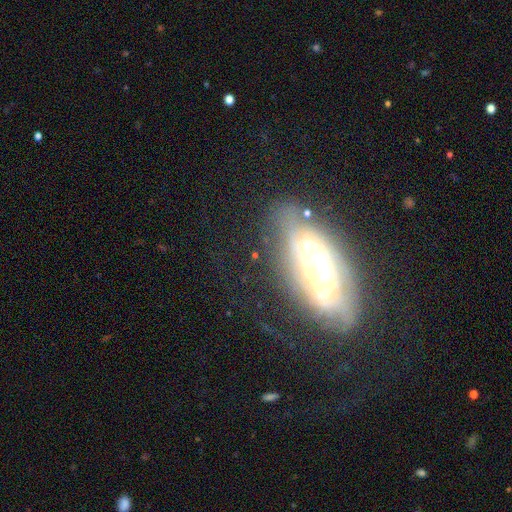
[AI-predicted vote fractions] smooth-or-featured: featured or disk: 70% | smooth: 18% | star or artifact: 11%
  disk-edge-on: no: 83% | yes: 17%
    bar: no: 67% | weak: 23% | strong: 10%
    has-spiral-arms: yes: 76% | no: 24%
    bulge-size: moderate: 42% | small: 33% | large: 17% | none: 5% | dominant: 4%
  merging: none: 61% | minor disturbance: 21% | major disturbance: 13% | merger: 5%